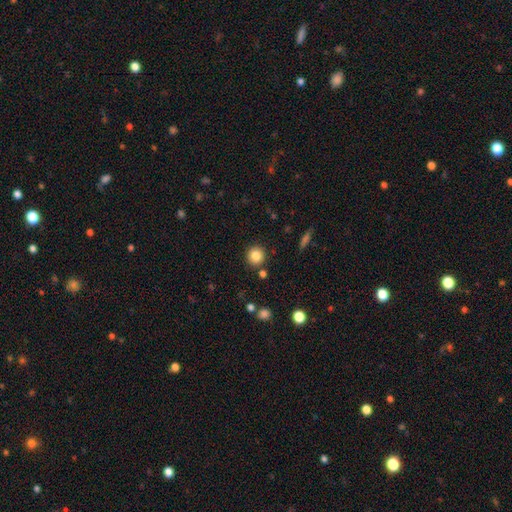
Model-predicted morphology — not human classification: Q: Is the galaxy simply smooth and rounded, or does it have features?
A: smooth — 84%.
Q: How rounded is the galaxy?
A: round — 93%.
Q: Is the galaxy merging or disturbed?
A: none — 88%.